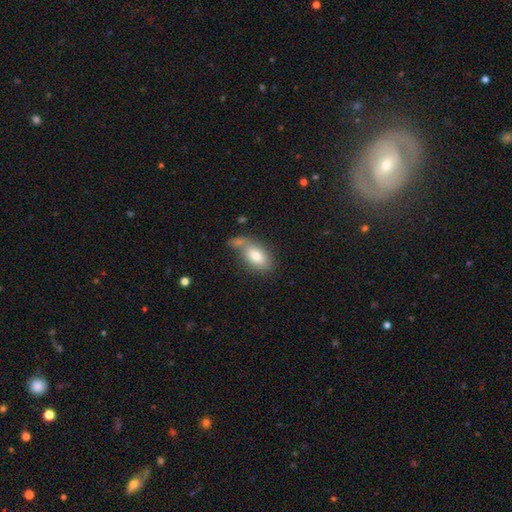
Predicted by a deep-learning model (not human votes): This appears to be a smooth galaxy with no disk features (80%) that is in between round and cigar-shaped (91%). Merging: none (45%).